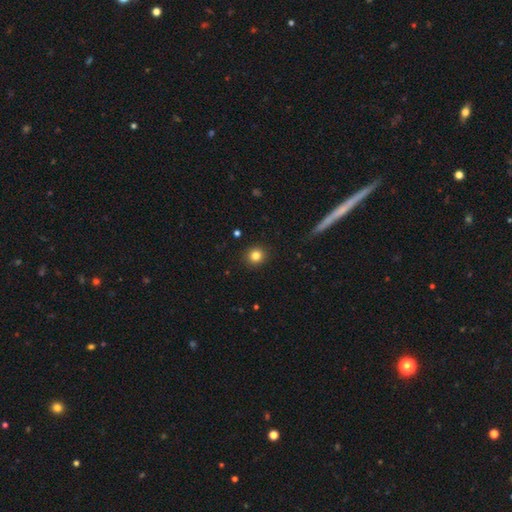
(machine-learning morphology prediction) Smooth or featured?
  - smooth: 83% *
  - star or artifact: 11%
  - featured or disk: 6%
How rounded?
  - round: 88% *
  - in between: 11%
  - cigar-shaped: 1%
Merging?
  - none: 91% *
  - minor disturbance: 6%
  - major disturbance: 2%
  - merger: 1%